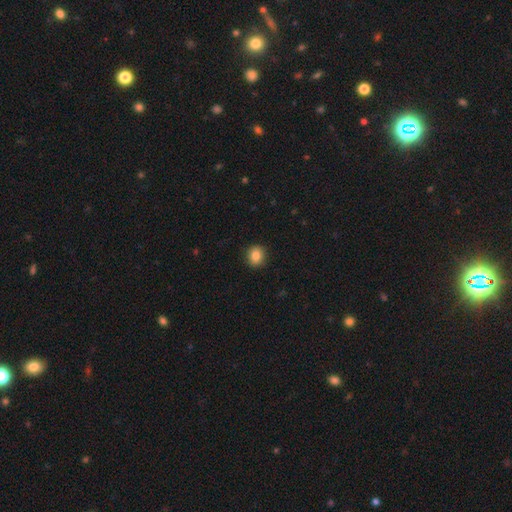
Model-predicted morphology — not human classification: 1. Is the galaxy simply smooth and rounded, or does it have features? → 85% smooth, 10% star or artifact, 5% featured or disk.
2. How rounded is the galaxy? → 74% round, 25% in between, 1% cigar-shaped.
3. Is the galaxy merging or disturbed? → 91% none, 7% minor disturbance, 2% major disturbance, 1% merger.